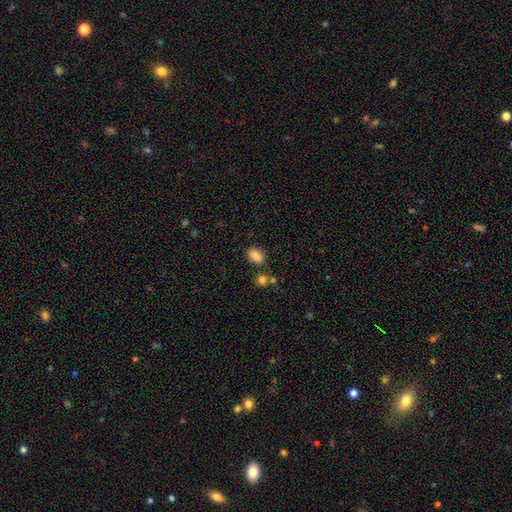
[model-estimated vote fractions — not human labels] smooth_or_featured: smooth (p=0.84) [alt: star or artifact p=0.10]
how_rounded: in between (p=0.81) [alt: round p=0.16]
merging: none (p=0.78) [alt: minor disturbance p=0.11]